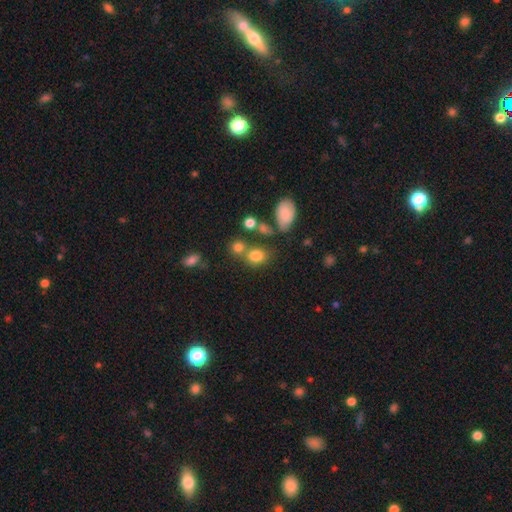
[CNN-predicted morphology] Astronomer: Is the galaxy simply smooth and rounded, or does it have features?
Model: smooth — 79%.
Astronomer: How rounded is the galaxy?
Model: in between — 54% (runner-up: round, 44%).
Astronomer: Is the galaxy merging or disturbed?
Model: none — 51% (runner-up: merger, 29%).